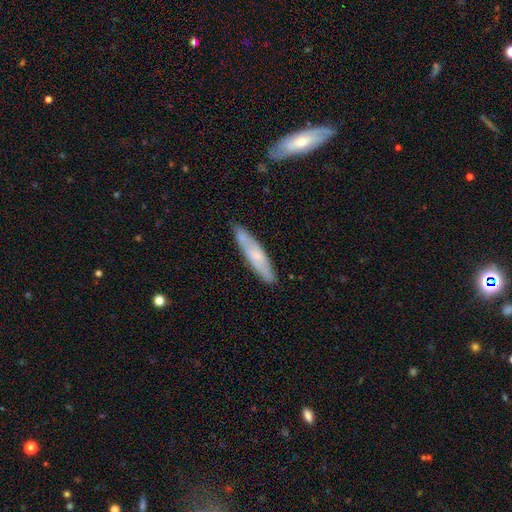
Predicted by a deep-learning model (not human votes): Smooth or featured: smooth — 51% (featured or disk — 43%)
How rounded: cigar-shaped — 82% (in between — 16%)
Merging: none — 81% (minor disturbance — 15%)